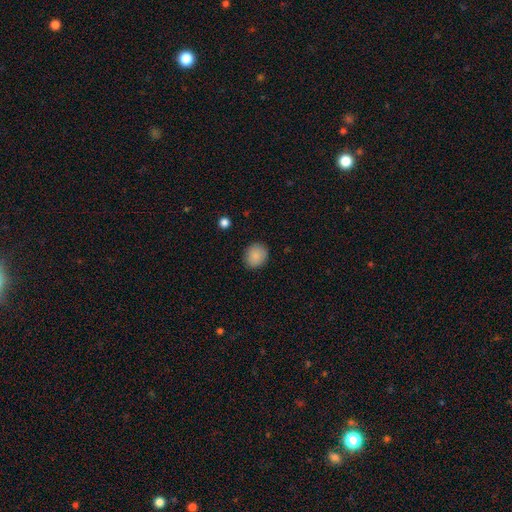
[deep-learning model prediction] The model was most divided on "how rounded": round: 78%, in between: 21%, cigar-shaped: 1%. More confident: merging — none (89%); smooth or featured — smooth (88%).